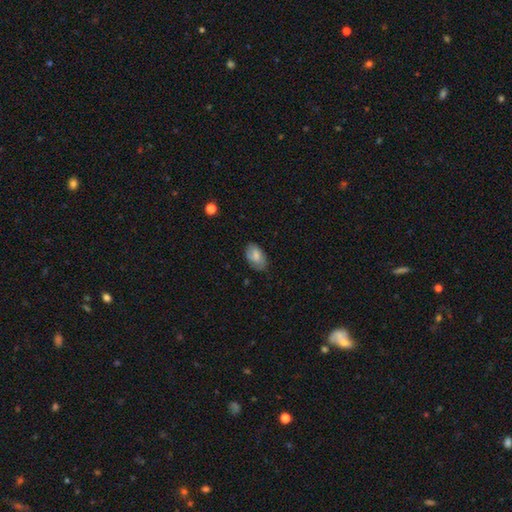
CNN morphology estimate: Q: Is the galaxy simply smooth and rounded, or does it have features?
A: smooth — 70%.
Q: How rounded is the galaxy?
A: in between — 92%.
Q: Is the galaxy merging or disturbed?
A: none — 71%.